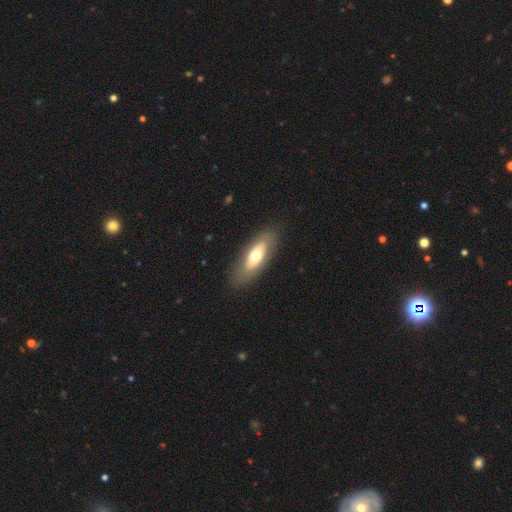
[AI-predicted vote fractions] The model was most divided on "smooth or featured": smooth: 57%, featured or disk: 37%, star or artifact: 6%. More confident: merging — none (83%); how rounded — in between (70%).